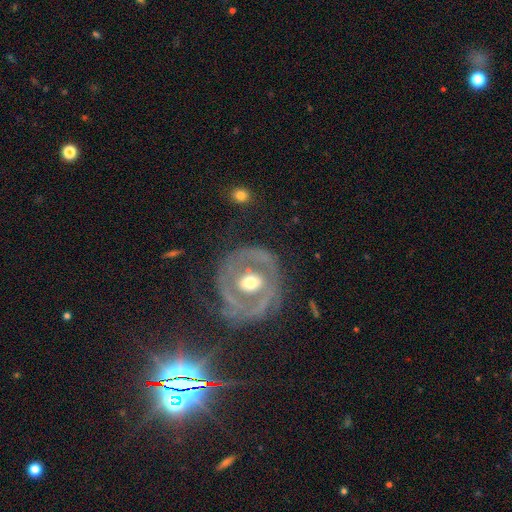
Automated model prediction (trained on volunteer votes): Smooth or featured: featured or disk — 77% (smooth — 14%)
Edge-on disk: no — 95% (yes — 5%)
Bar: no — 51% (weak — 31%)
Spiral arms: yes — 64% (no — 36%)
Bulge size: moderate — 75% (small — 14%)
Merging: none — 73% (minor disturbance — 15%)